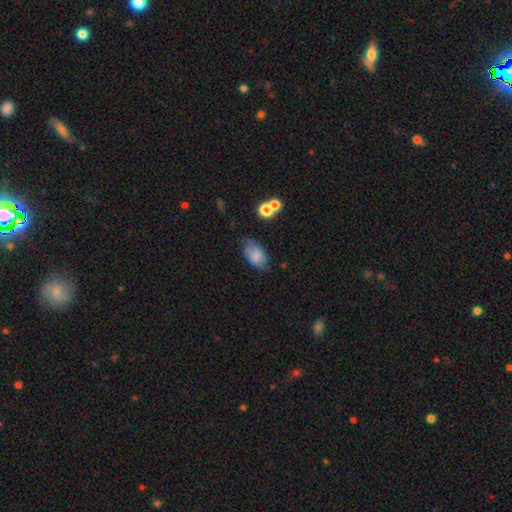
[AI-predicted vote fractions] This appears to be a smooth galaxy with no disk features (73%) that is in between round and cigar-shaped (91%). Merging: none (56%).